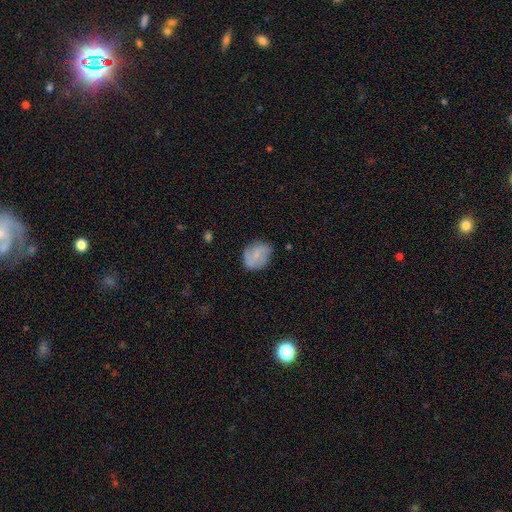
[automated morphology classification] smooth-or-featured: smooth: 52% | featured or disk: 40% | star or artifact: 8%
  how-rounded: round: 53% | in between: 45% | cigar-shaped: 1%
  merging: none: 71% | minor disturbance: 22% | major disturbance: 6% | merger: 2%